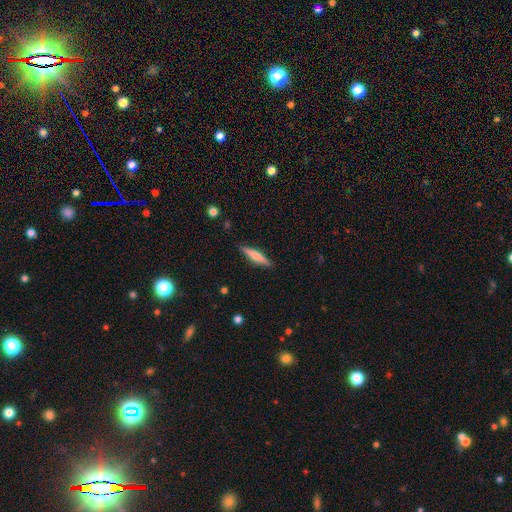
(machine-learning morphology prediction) type=smooth (54%); roundness=cigar-shaped (86%); merging=none (89%).